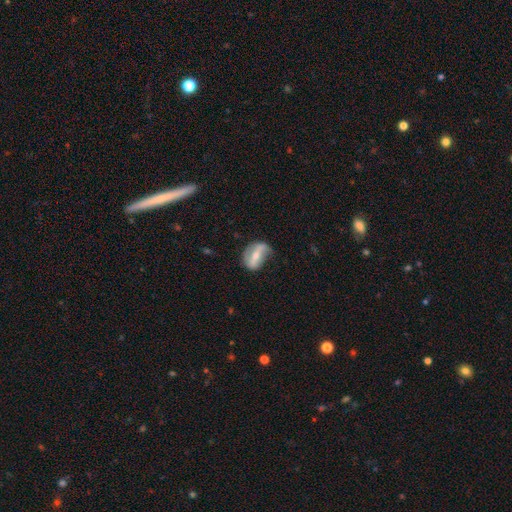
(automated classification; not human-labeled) This is likely a featured or disk galaxy (62%). It is clearly not viewed edge-on (90%). Bar: likely strong (62%). Spiral arm pattern: possibly yes (59%). Central bulge: possibly moderate (47%). Merging: possibly none (51%).